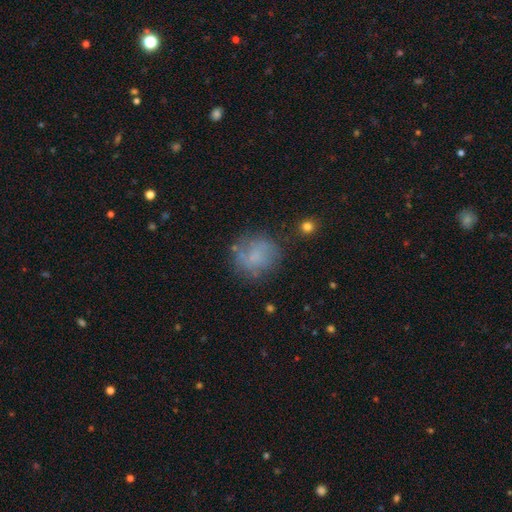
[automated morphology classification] The model was most divided on "smooth or featured": smooth: 61%, featured or disk: 26%, star or artifact: 13%. More confident: how rounded — round (77%); merging — none (65%).